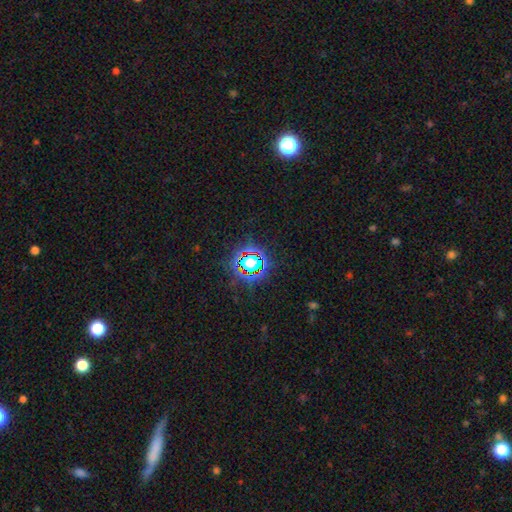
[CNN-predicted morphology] smooth_or_featured: star or artifact (p=0.77) [alt: smooth p=0.14]